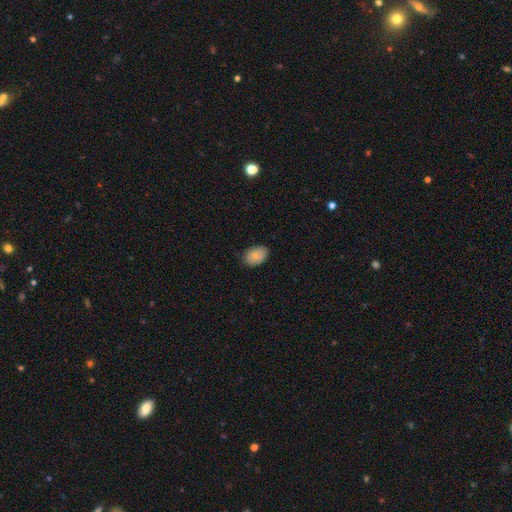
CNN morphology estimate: Smooth or featured? Predicted: smooth (p=0.86). How rounded? Predicted: in between (p=0.84). Merging? Predicted: none (p=0.82).